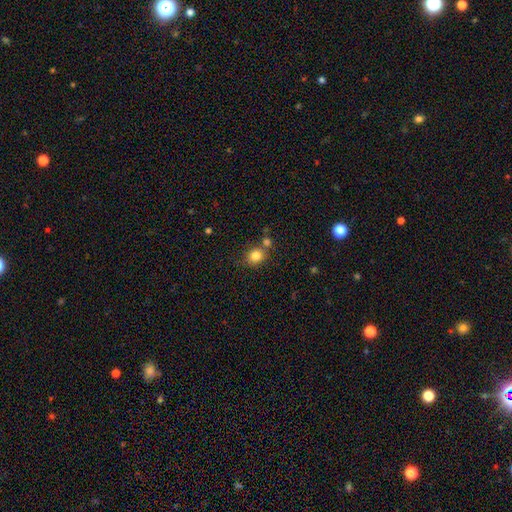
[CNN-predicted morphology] Q: Smooth or featured?
A: smooth (83%); runner-up: star or artifact (11%)
Q: How rounded?
A: round (72%); runner-up: in between (27%)
Q: Merging?
A: none (65%); runner-up: merger (19%)